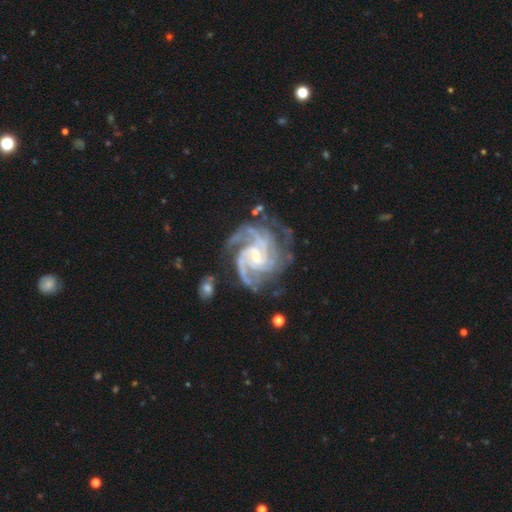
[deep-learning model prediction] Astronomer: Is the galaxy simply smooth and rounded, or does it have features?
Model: featured or disk — 93%.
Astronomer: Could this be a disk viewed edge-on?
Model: no — 98%.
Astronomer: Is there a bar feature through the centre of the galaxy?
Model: weak — 47% (runner-up: no, 39%).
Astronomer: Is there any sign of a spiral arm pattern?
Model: yes — 99%.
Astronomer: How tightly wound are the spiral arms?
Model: tight — 57% (runner-up: medium, 38%).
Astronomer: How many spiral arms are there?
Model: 3 — 33% (runner-up: 4, 26%).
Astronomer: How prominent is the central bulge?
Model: small — 59%.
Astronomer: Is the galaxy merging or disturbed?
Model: none — 63%.